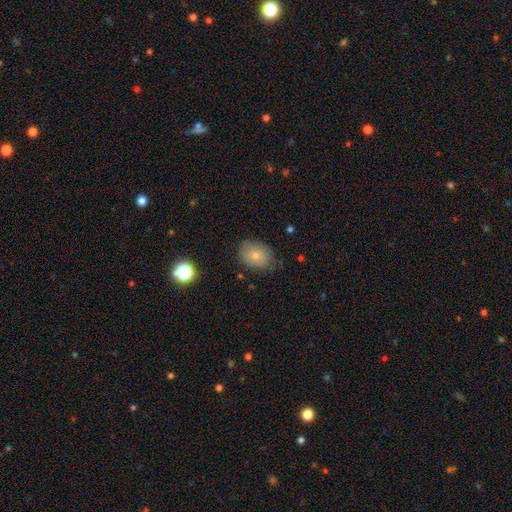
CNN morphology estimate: Q: Smooth or featured?
A: smooth (77%); runner-up: featured or disk (14%)
Q: How rounded?
A: in between (63%); runner-up: round (36%)
Q: Merging?
A: none (74%); runner-up: minor disturbance (19%)